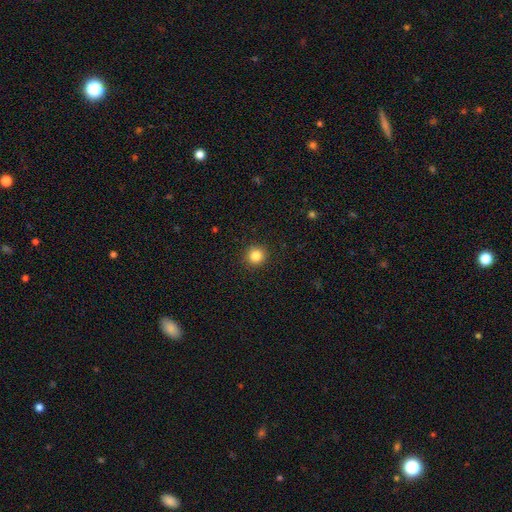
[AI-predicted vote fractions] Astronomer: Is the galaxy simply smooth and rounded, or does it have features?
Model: smooth — 84%.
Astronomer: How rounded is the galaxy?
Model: round — 94%.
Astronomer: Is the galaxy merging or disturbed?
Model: none — 92%.